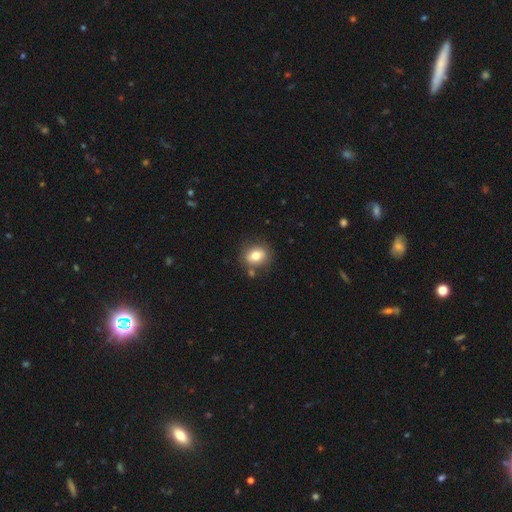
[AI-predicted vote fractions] Morphology: type=smooth (77%); roundness=round (58%); merging=none (77%).